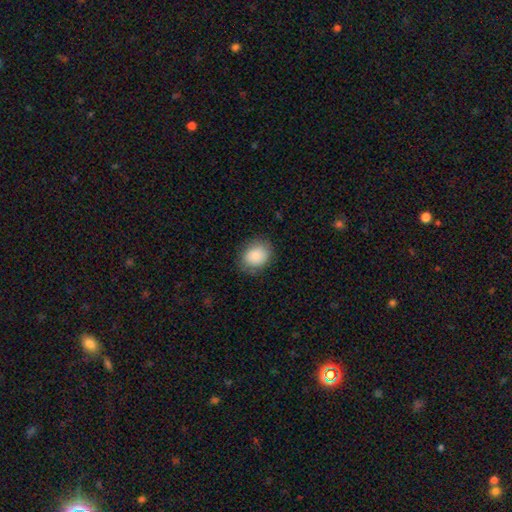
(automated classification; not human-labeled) Smooth or featured?
  - smooth: 84% *
  - featured or disk: 9%
  - star or artifact: 7%
How rounded?
  - round: 50% *
  - in between: 49%
  - cigar-shaped: 1%
Merging?
  - none: 77% *
  - minor disturbance: 17%
  - major disturbance: 5%
  - merger: 1%